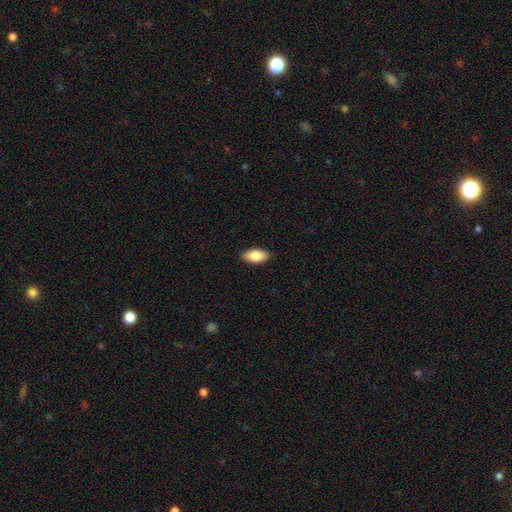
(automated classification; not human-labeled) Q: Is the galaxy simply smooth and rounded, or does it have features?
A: smooth — 84%.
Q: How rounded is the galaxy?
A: in between — 92%.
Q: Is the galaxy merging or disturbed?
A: none — 88%.